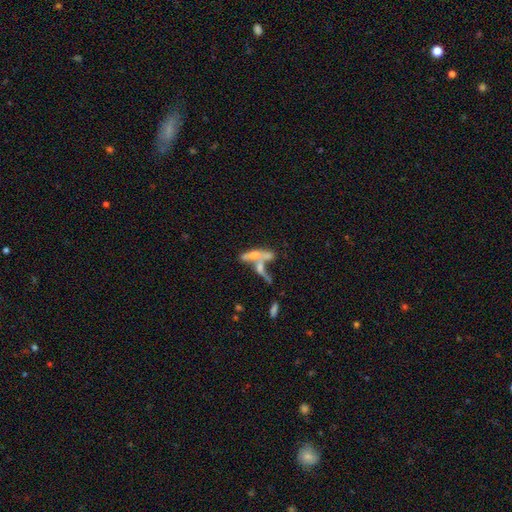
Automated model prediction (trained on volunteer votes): Smooth or featured?
  - featured or disk: 48% *
  - smooth: 39%
  - star or artifact: 13%
Merging?
  - merger: 58% *
  - none: 18%
  - major disturbance: 16%
  - minor disturbance: 8%